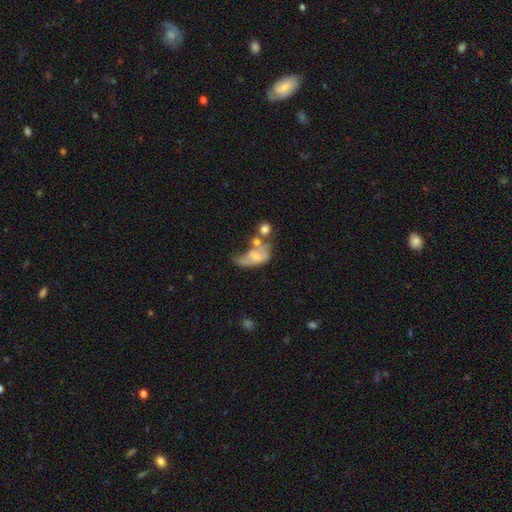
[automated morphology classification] The model was most divided on "merging" (2-way tie): major disturbance: 32%, merger: 32%, minor disturbance: 19%, none: 17%. Remaining: smooth or featured — featured or disk (48%).